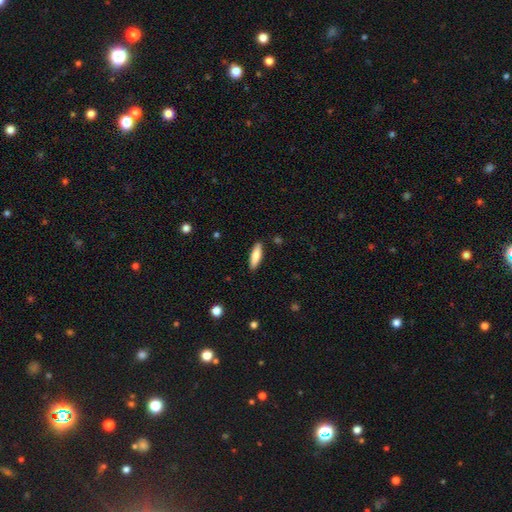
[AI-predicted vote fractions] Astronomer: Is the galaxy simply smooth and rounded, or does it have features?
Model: smooth — 79%.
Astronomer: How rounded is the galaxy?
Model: cigar-shaped — 62% (runner-up: in between, 37%).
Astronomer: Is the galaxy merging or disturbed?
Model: none — 88%.